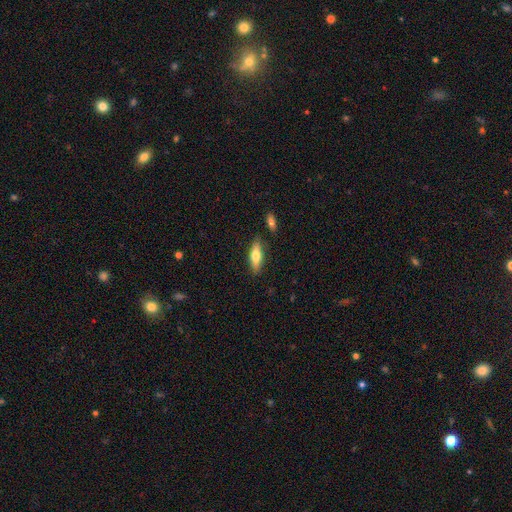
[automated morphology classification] The model was most divided on "how rounded": cigar-shaped: 51%, in between: 47%, round: 2%. More confident: merging — none (82%); smooth or featured — smooth (63%).